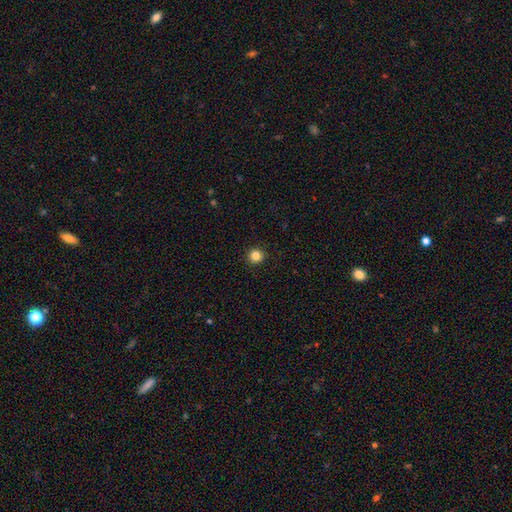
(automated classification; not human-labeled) This is clearly a smooth galaxy (84%). How rounded: clearly round (95%). Merging: clearly none (93%).